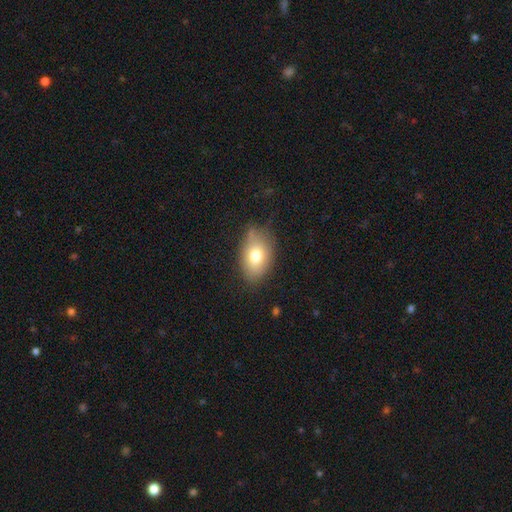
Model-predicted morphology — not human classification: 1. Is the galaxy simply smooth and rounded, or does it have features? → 75% smooth, 16% featured or disk, 9% star or artifact.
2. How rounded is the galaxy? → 85% in between, 14% round, 2% cigar-shaped.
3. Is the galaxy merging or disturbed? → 71% none, 22% minor disturbance, 5% major disturbance, 2% merger.